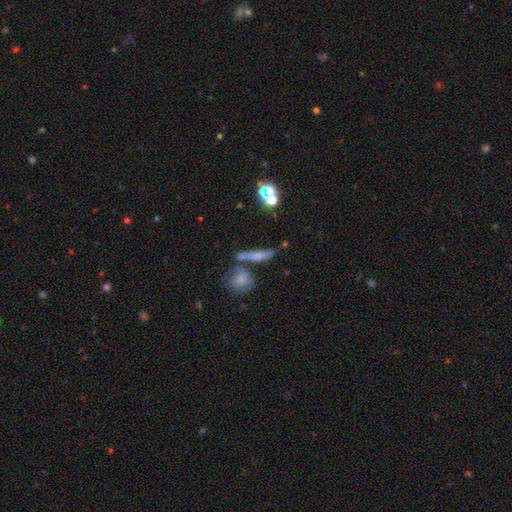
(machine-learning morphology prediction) This is possibly a smooth galaxy (56%). How rounded: likely cigar-shaped (69%). Merging: possibly none (56%).